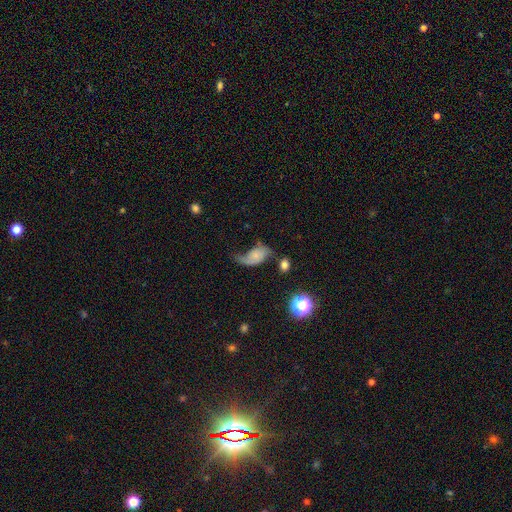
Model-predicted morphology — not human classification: type=featured or disk (47%); merging=major disturbance (36%).